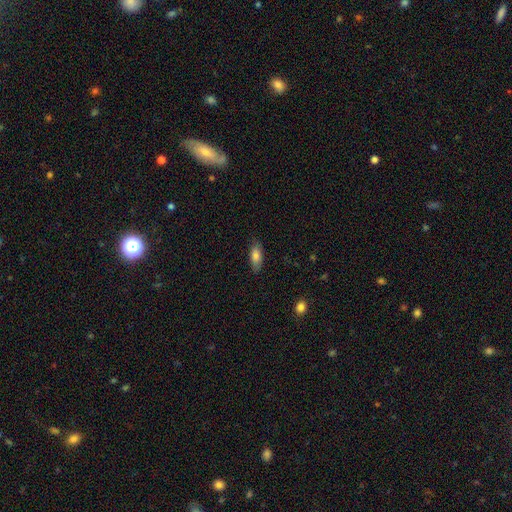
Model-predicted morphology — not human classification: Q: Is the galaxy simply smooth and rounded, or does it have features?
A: smooth — 80%.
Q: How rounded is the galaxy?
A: in between — 77%.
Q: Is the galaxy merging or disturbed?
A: none — 82%.